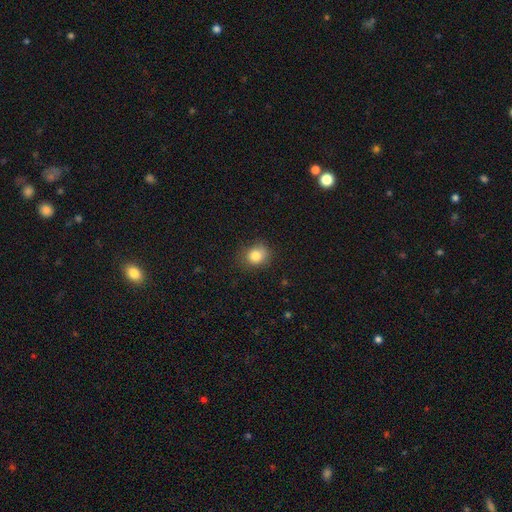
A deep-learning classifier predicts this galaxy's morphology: Q: Smooth or featured?
A: smooth (83%); runner-up: star or artifact (10%)
Q: How rounded?
A: round (69%); runner-up: in between (30%)
Q: Merging?
A: none (74%); runner-up: minor disturbance (20%)